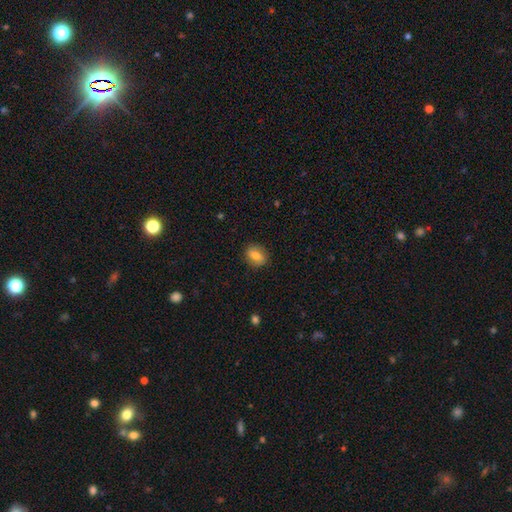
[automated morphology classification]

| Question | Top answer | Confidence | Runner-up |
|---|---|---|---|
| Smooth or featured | smooth | 76% | featured or disk (16%) |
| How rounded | in between | 55% | round (43%) |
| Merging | none | 86% | minor disturbance (10%) |